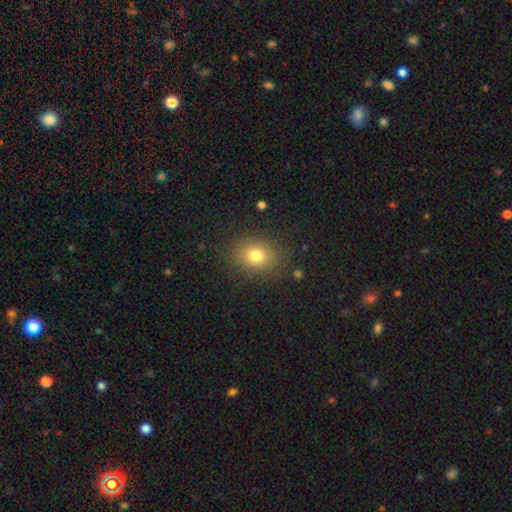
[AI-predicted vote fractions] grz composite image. It shows a smooth galaxy with no disk features (78%) that is in between round and cigar-shaped (51%). Merging: none (84%).